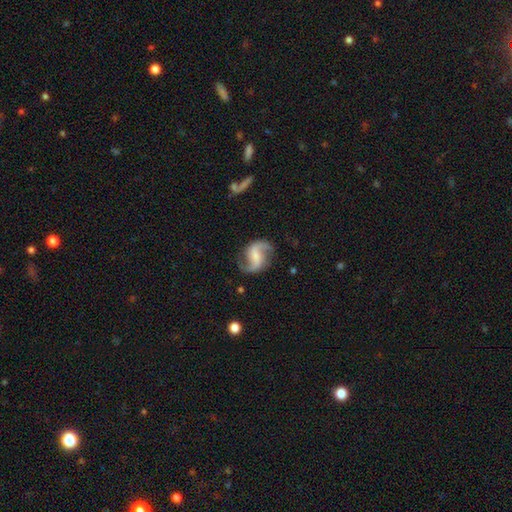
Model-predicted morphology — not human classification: Smooth or featured: featured or disk — 89% (smooth — 7%)
Edge-on disk: no — 98% (yes — 2%)
Bar: weak — 44% (no — 29%)
Spiral arms: yes — 97% (no — 3%)
Spiral winding: loose — 56% (medium — 36%)
Spiral arm count: 2 — 94% (1 — 2%)
Bulge size: small — 43% (moderate — 27%)
Merging: none — 81% (minor disturbance — 12%)